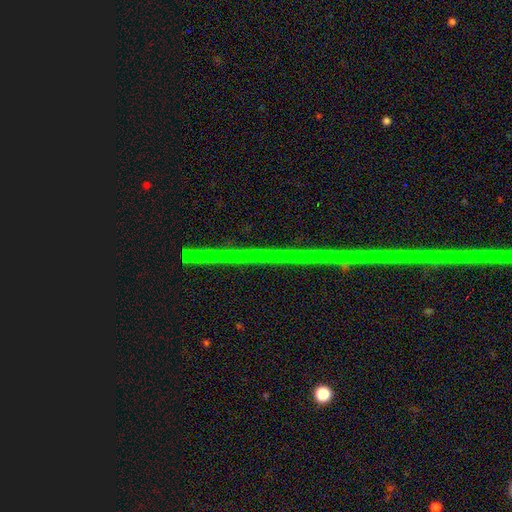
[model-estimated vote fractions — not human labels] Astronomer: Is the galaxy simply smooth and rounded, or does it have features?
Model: star or artifact — 87%.